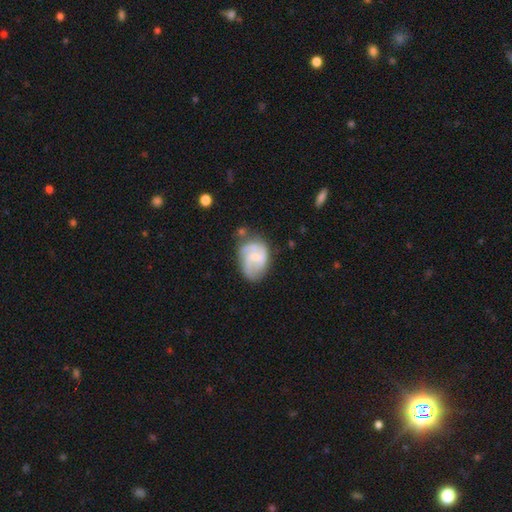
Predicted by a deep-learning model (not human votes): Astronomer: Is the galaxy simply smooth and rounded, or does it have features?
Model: featured or disk — 64%.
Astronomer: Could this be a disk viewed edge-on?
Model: no — 98%.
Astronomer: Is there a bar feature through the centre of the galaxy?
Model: no — 52% (runner-up: weak, 41%).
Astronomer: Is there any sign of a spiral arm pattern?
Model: yes — 83%.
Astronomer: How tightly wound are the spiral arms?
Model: medium — 47% (runner-up: tight, 27%).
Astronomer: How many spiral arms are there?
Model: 2 — 35% (runner-up: 3, 30%).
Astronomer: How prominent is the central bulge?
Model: small — 53%.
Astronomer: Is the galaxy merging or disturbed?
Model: none — 52% (runner-up: minor disturbance, 28%).